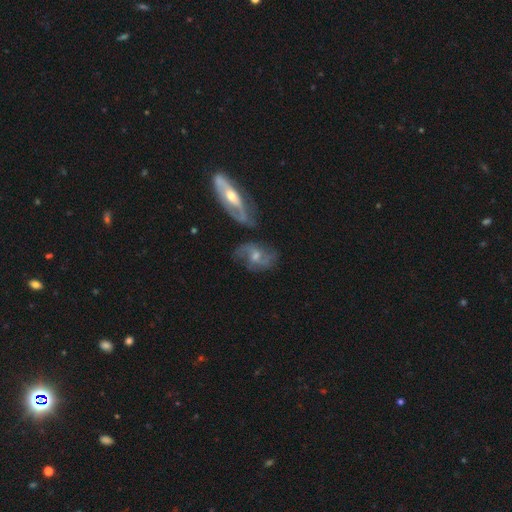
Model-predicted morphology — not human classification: This appears to be a featured or disk galaxy (80%) with no bar (51%), 2 (70%) medium (46%) spiral arms (91%) and a moderate central bulge (53%). Merging: none (61%).